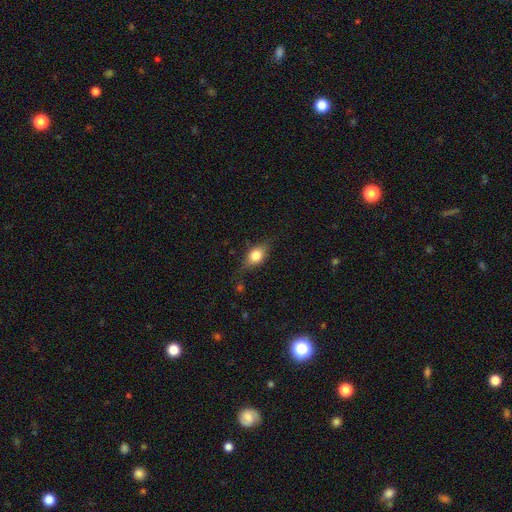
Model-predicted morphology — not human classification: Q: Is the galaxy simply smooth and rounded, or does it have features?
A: smooth — 69%.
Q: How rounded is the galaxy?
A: in between — 71%.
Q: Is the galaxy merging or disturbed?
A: none — 72%.